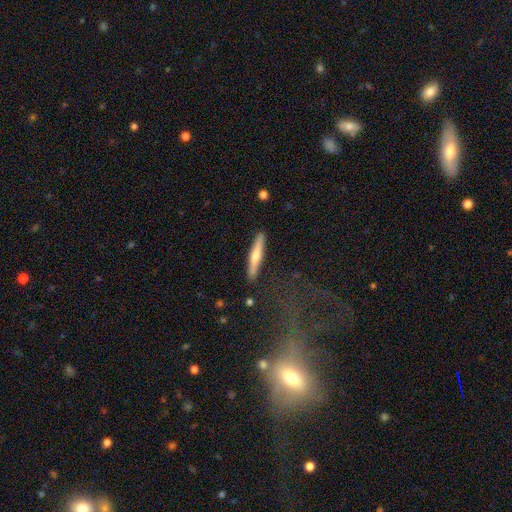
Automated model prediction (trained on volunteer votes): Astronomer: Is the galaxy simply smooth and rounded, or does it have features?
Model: smooth — 54% (runner-up: featured or disk, 40%).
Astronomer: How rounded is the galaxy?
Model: cigar-shaped — 93%.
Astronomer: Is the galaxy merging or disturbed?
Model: none — 89%.